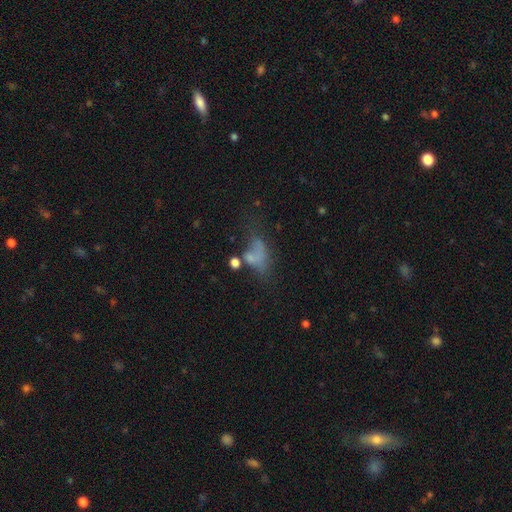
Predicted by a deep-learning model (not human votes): Overall: smooth (53%; featured or disk 29%). How rounded: in between (81%). Merging: major disturbance (38%; none 25%).